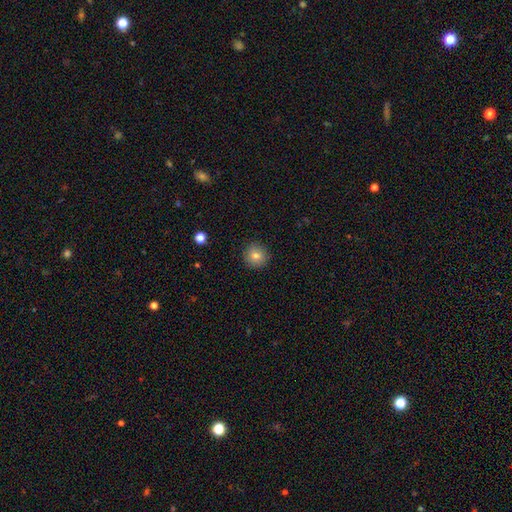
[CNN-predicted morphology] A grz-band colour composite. It shows a smooth galaxy with no disk features (79%) that is round (94%). Merging: none (91%).